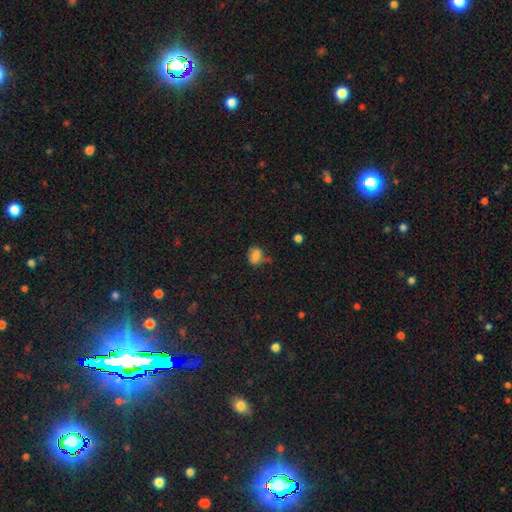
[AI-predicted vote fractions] A smooth galaxy with no disk features (78%) that is in between round and cigar-shaped (63%). Merging: none (58%).